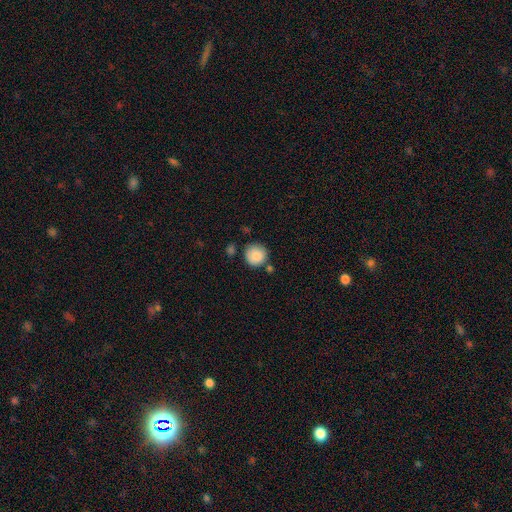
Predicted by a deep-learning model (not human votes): Overall: smooth (86%). How rounded: round (94%). Merging: none (76%).